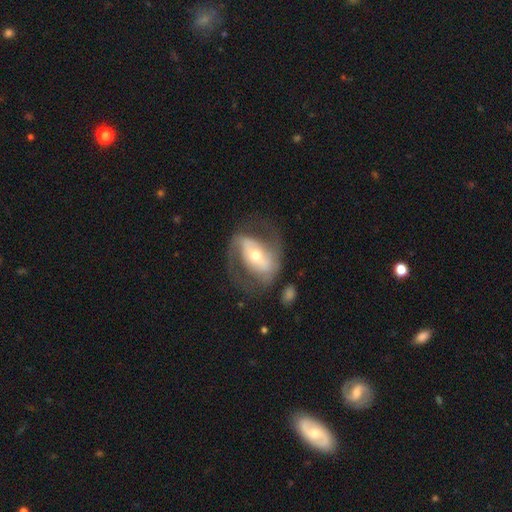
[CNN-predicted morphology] Q: Smooth or featured?
A: featured or disk (80%); runner-up: smooth (15%)
Q: Edge-on disk?
A: no (94%); runner-up: yes (6%)
Q: Bar?
A: strong (53%); runner-up: weak (26%)
Q: Spiral arms?
A: yes (80%); runner-up: no (20%)
Q: Spiral winding?
A: medium (48%); runner-up: loose (29%)
Q: Spiral arm count?
A: 2 (82%); runner-up: can't tell (9%)
Q: Bulge size?
A: moderate (53%); runner-up: small (40%)
Q: Merging?
A: none (61%); runner-up: major disturbance (19%)